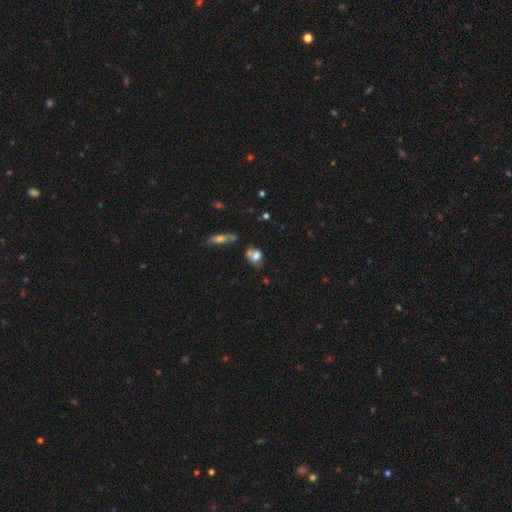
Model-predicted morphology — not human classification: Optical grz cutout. It shows a smooth galaxy with no disk features (71%) that is in between round and cigar-shaped (52%). Merging: none (37%, tied with merger).